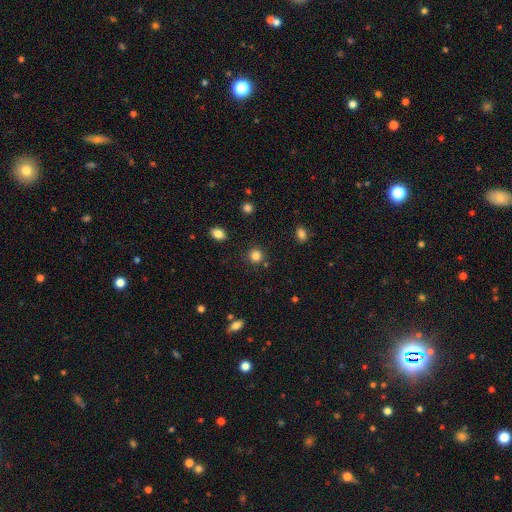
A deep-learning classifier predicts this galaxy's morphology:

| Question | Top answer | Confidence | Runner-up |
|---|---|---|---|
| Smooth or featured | smooth | 83% | star or artifact (12%) |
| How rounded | round | 91% | in between (8%) |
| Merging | none | 85% | minor disturbance (8%) |